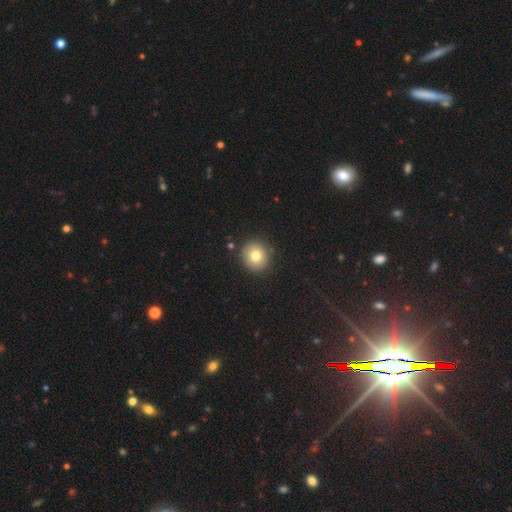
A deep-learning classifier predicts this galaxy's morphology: A smooth galaxy with no disk features (77%) that is round (90%). Merging: none (88%).